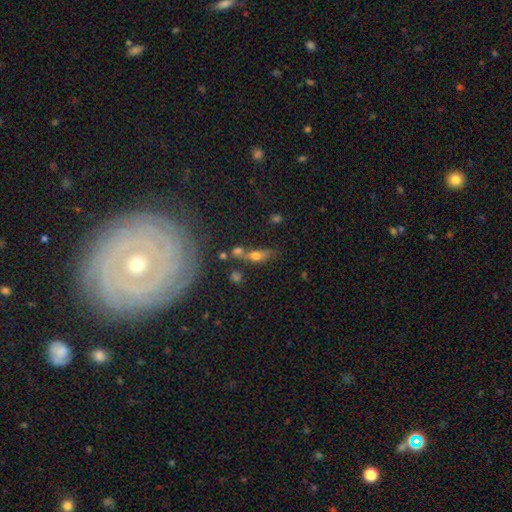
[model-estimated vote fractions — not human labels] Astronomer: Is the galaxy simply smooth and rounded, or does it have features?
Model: smooth — 60%.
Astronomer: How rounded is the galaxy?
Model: in between — 57%.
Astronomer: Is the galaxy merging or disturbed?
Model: none — 38% (runner-up: merger, 37%).